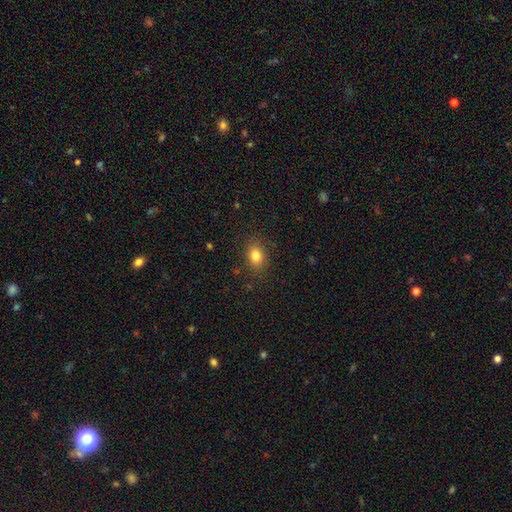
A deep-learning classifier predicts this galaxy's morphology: Q: Smooth or featured?
A: smooth (82%); runner-up: star or artifact (11%)
Q: How rounded?
A: in between (64%); runner-up: round (35%)
Q: Merging?
A: none (85%); runner-up: minor disturbance (11%)